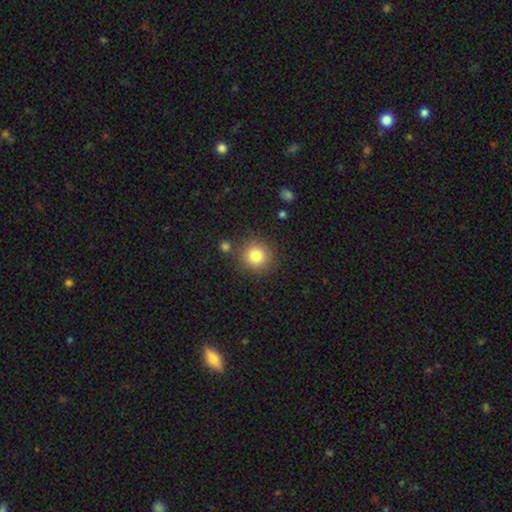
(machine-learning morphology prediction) smooth_or_featured: smooth (p=0.83) [alt: star or artifact p=0.10]
how_rounded: round (p=0.92) [alt: in between p=0.07]
merging: none (p=0.82) [alt: minor disturbance p=0.09]